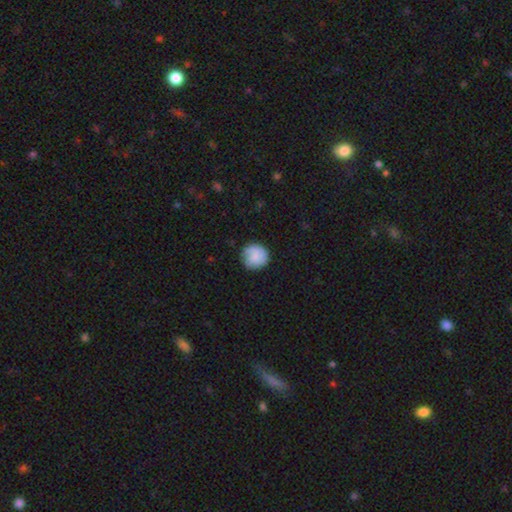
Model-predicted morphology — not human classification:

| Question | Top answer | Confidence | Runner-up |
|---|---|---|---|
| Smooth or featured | smooth | 80% | featured or disk (13%) |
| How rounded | round | 92% | in between (7%) |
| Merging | none | 77% | minor disturbance (17%) |